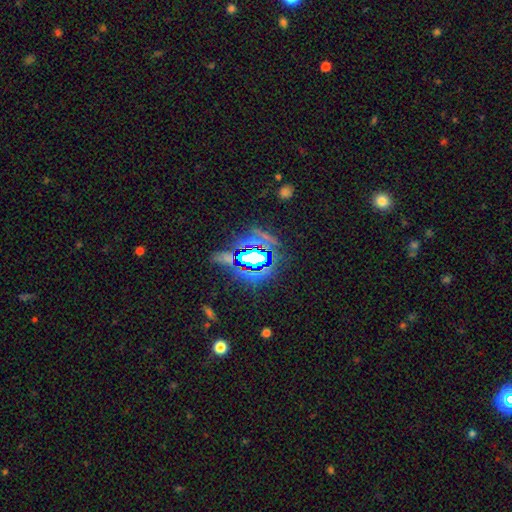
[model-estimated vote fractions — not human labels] smooth_or_featured: star or artifact (p=0.67) [alt: smooth p=0.18]